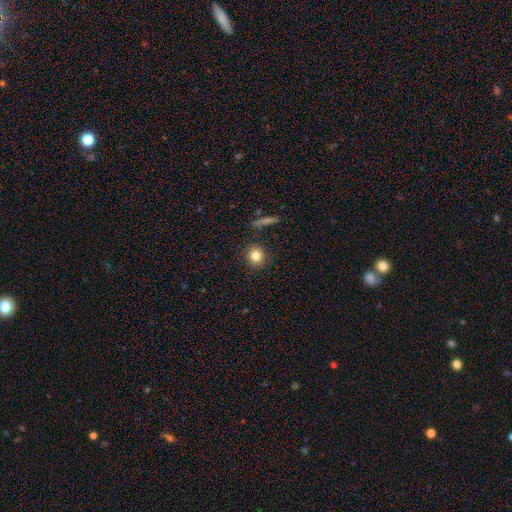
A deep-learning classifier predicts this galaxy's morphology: This is clearly a smooth galaxy (83%). How rounded: clearly round (84%). Merging: clearly none (88%).